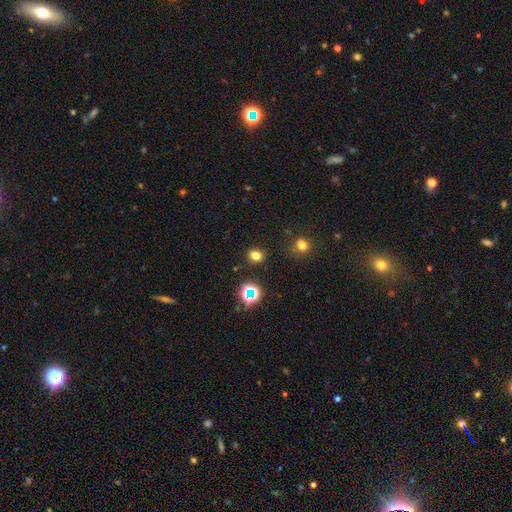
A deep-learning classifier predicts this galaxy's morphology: A smooth galaxy with no disk features (75%) that is round (71%).

Vote fractions:
- Smooth or featured? smooth: 75% / star or artifact: 19% / featured or disk: 6%
- How rounded? round: 71% / in between: 28% / cigar-shaped: 1%
- Merging? none: 87% / minor disturbance: 8% / major disturbance: 3% / merger: 3%